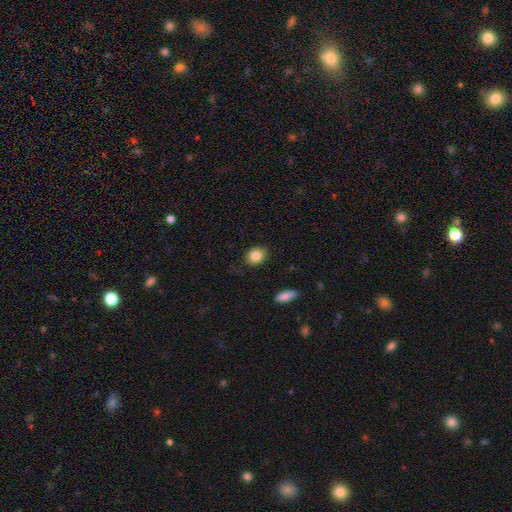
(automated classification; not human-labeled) smooth-or-featured: smooth: 85% | star or artifact: 8% | featured or disk: 6%
  how-rounded: in between: 51% | round: 48% | cigar-shaped: 1%
  merging: none: 84% | minor disturbance: 12% | major disturbance: 3% | merger: 1%